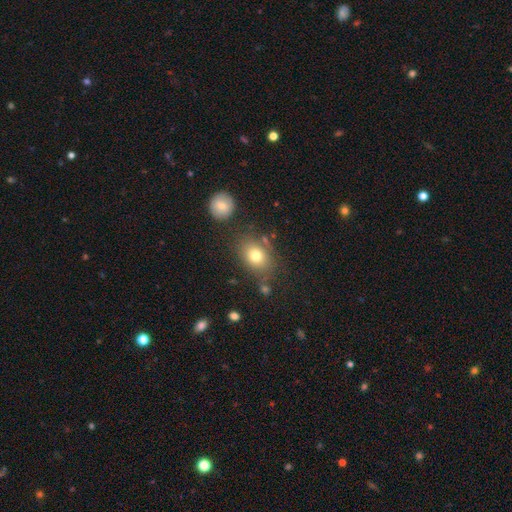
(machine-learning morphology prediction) Smooth or featured? smooth (77%)
How rounded? in between (60%)
Merging? none (73%)